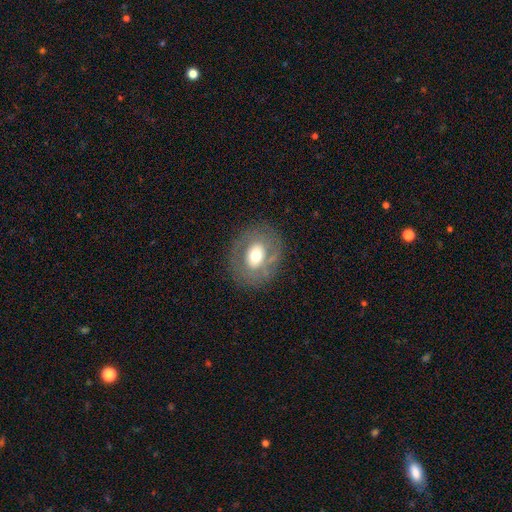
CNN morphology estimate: Smooth or featured? Predicted: smooth (p=0.47). Merging? Predicted: none (p=0.78).